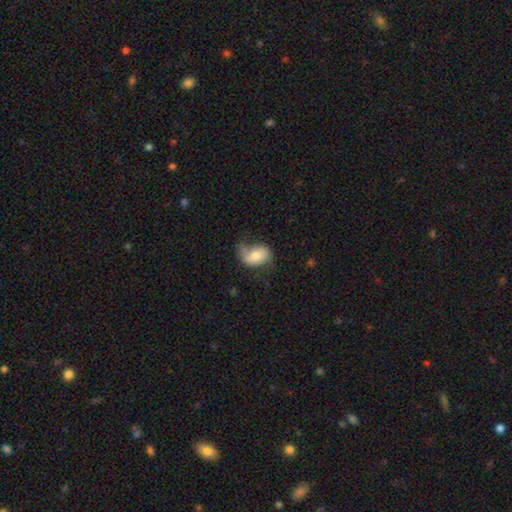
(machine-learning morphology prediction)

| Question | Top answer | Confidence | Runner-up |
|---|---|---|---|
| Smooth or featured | smooth | 48% | featured or disk (45%) |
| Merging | none | 45% | minor disturbance (32%) |